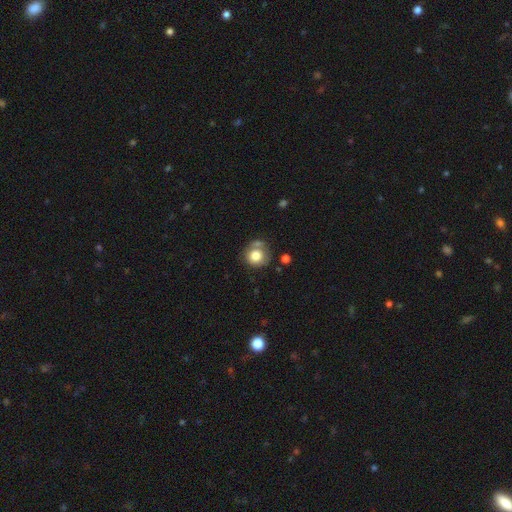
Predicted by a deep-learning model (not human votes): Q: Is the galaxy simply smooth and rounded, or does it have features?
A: smooth — 77%.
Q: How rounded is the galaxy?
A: round — 86%.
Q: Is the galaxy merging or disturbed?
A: none — 57%.